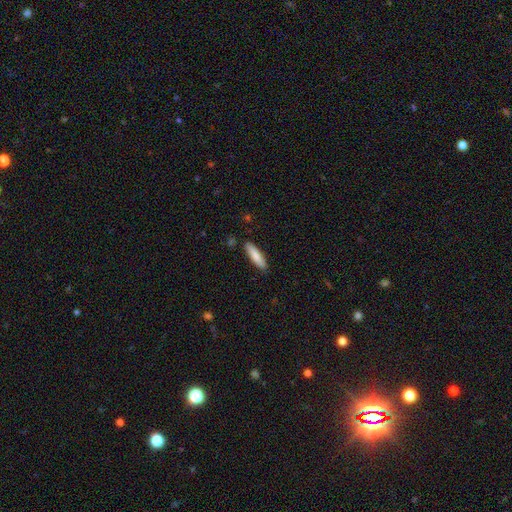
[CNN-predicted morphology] Q: Smooth or featured?
A: smooth (82%); runner-up: featured or disk (12%)
Q: How rounded?
A: cigar-shaped (72%); runner-up: in between (27%)
Q: Merging?
A: none (87%); runner-up: minor disturbance (10%)